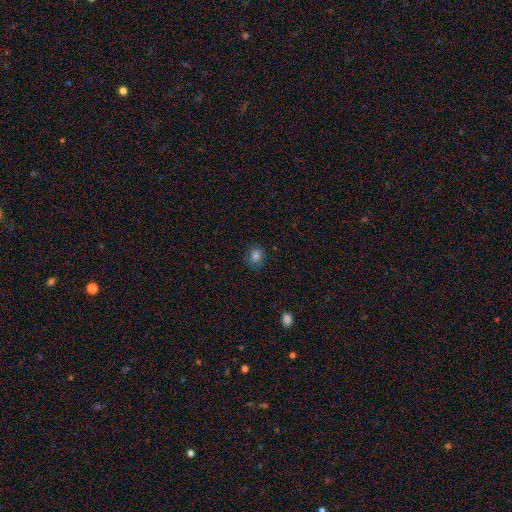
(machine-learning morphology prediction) Smooth or featured? Predicted: smooth (p=0.80). How rounded? Predicted: round (p=0.56). Merging? Predicted: none (p=0.79).